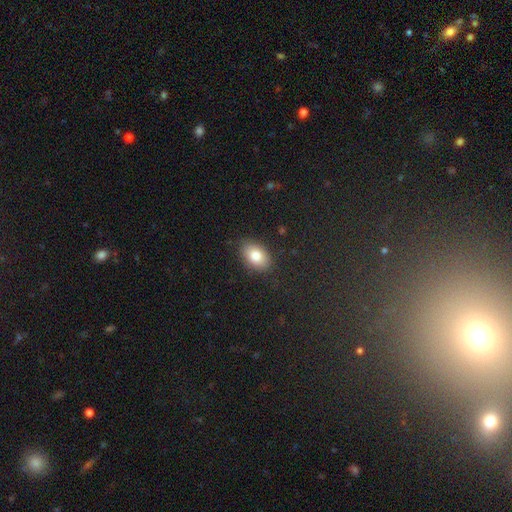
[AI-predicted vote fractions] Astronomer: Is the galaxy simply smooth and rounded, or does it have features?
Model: smooth — 82%.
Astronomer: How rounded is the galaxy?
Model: in between — 90%.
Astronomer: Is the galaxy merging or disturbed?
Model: none — 85%.